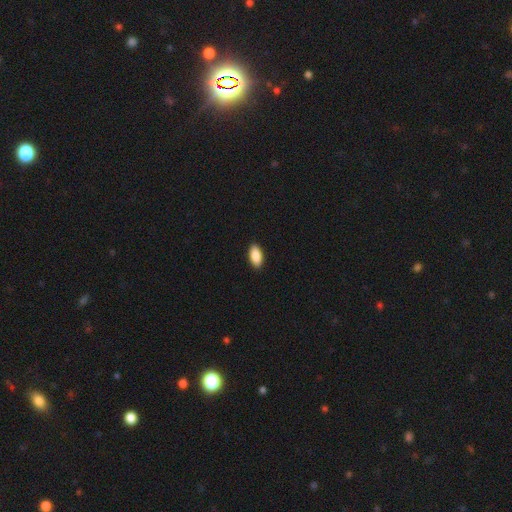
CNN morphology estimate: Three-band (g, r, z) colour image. It shows a smooth galaxy with no disk features (88%) that is in between round and cigar-shaped (91%). Merging: none (91%).